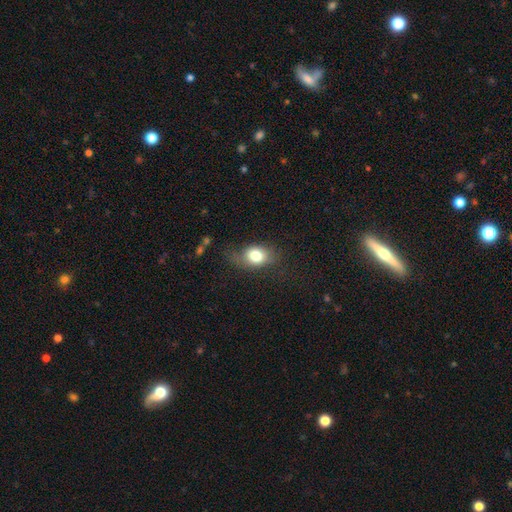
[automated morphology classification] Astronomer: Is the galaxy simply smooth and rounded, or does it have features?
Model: smooth — 76%.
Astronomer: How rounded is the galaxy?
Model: in between — 62%.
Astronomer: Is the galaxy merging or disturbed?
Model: none — 57%.